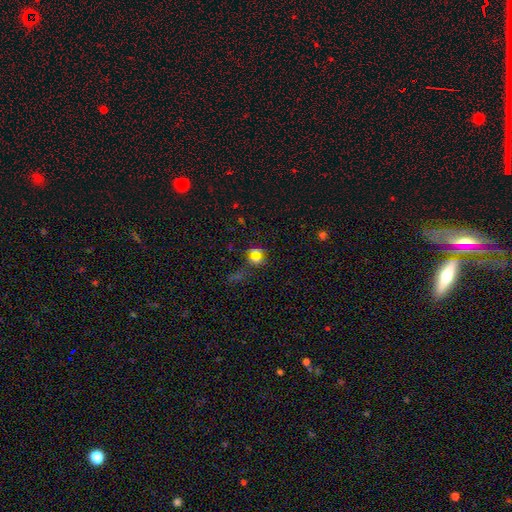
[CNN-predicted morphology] A smooth galaxy with no disk features (47%).

Vote fractions:
- Smooth or featured? smooth: 47% / star or artifact: 39% / featured or disk: 14%
- Merging? none: 57% / merger: 22% / minor disturbance: 12% / major disturbance: 9%